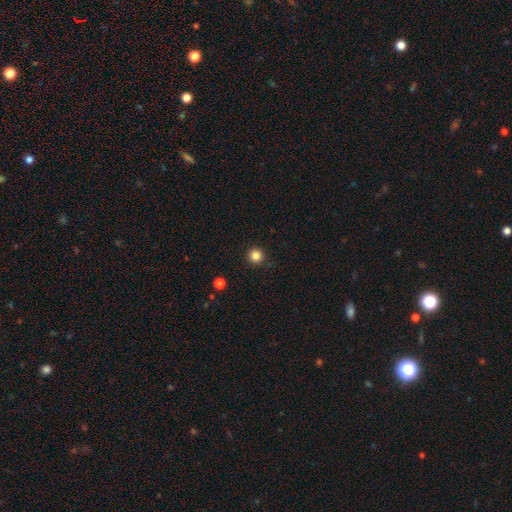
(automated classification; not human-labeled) Smooth or featured? Predicted: smooth (p=0.84). How rounded? Predicted: round (p=0.96). Merging? Predicted: none (p=0.92).